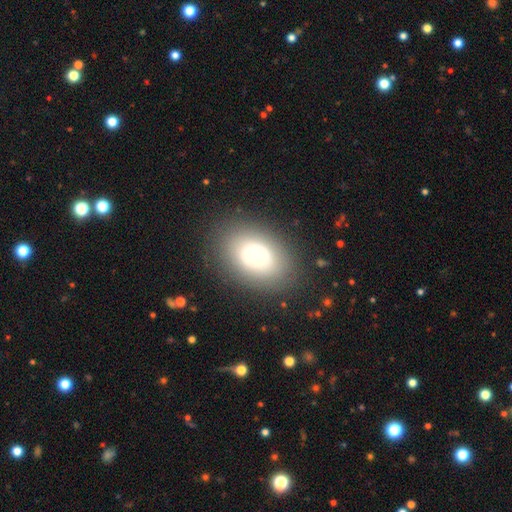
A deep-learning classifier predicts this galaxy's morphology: type=smooth (48%); merging=none (81%).